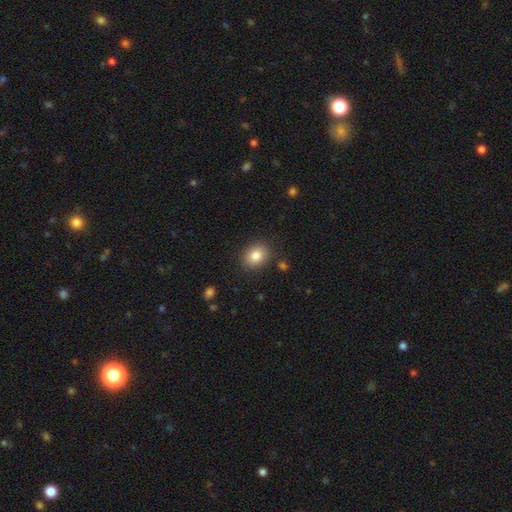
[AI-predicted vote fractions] The model was most divided on "how rounded": in between: 50%, round: 49%, cigar-shaped: 1%. More confident: merging — none (86%); smooth or featured — smooth (83%).